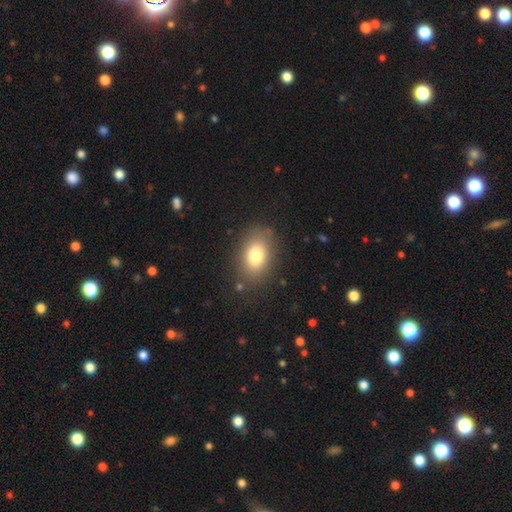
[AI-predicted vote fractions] smooth-or-featured: smooth: 77% | featured or disk: 13% | star or artifact: 10%
  how-rounded: in between: 79% | round: 20% | cigar-shaped: 1%
  merging: none: 81% | minor disturbance: 12% | major disturbance: 5% | merger: 2%